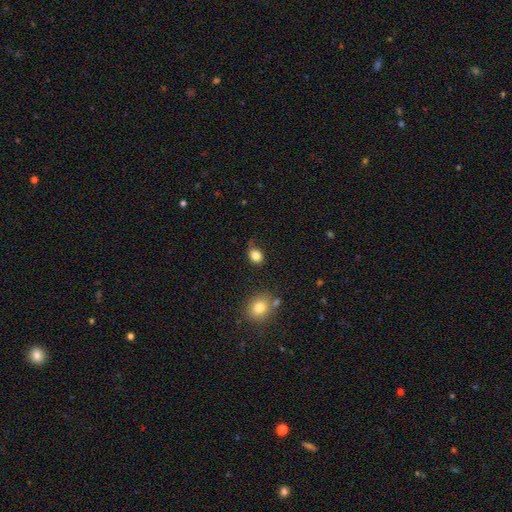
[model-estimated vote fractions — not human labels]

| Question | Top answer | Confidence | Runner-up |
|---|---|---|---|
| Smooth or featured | smooth | 84% | star or artifact (10%) |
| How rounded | in between | 54% | round (44%) |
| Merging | none | 71% | minor disturbance (20%) |